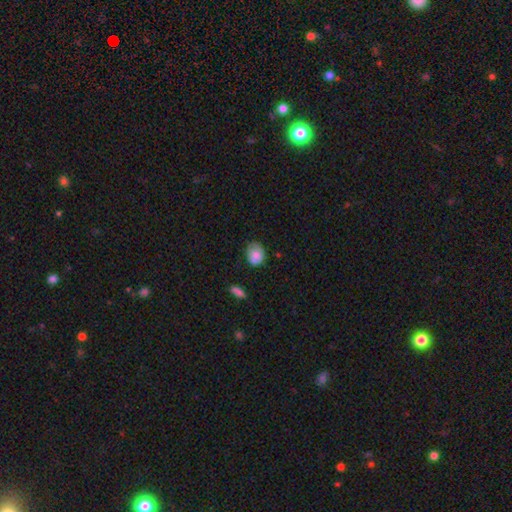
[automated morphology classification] This is likely a smooth galaxy (77%). How rounded: possibly in between (53%). Merging: possibly none (54%).